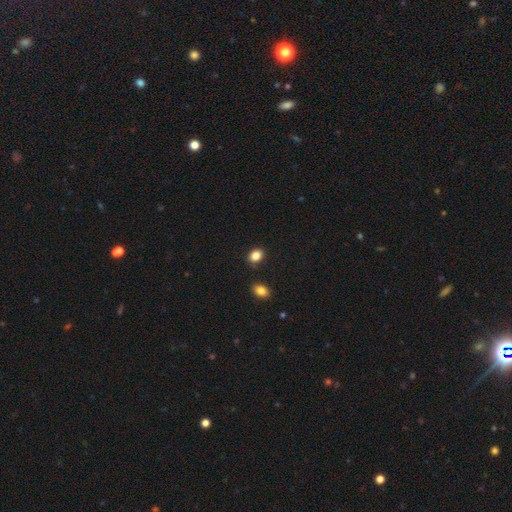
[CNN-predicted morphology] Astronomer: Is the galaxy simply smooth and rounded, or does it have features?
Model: smooth — 85%.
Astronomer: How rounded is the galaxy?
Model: in between — 52% (runner-up: round, 47%).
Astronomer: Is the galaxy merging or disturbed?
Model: none — 82%.